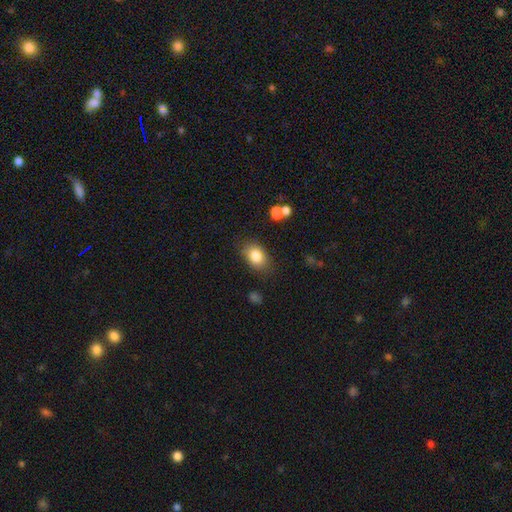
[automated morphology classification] This is clearly a smooth galaxy (83%). How rounded: likely in between (78%). Merging: likely none (79%).